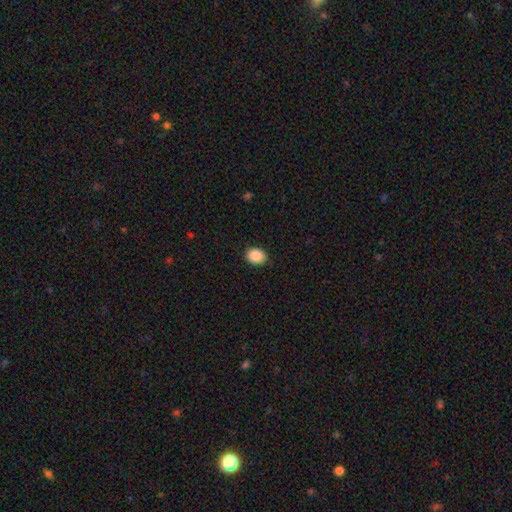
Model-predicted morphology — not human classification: Overall: smooth (89%). How rounded: in between (54%; round 45%). Merging: none (86%).